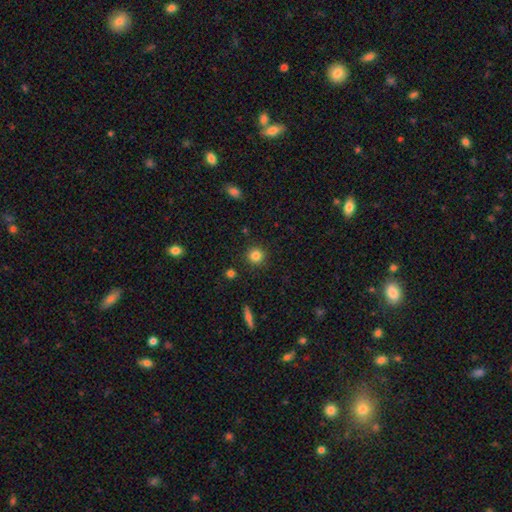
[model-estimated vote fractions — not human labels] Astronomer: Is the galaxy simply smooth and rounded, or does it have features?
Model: smooth — 83%.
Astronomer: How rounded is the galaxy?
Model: round — 94%.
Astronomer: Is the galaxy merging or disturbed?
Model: none — 90%.